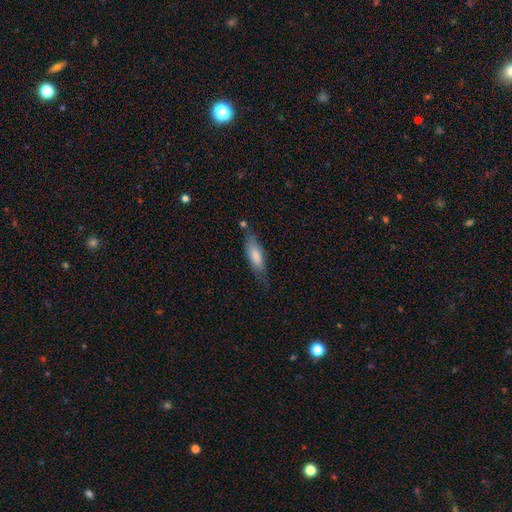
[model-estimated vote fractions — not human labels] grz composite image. It shows a smooth galaxy with no disk features (75%) that is in between round and cigar-shaped (54%). Merging: none (60%).